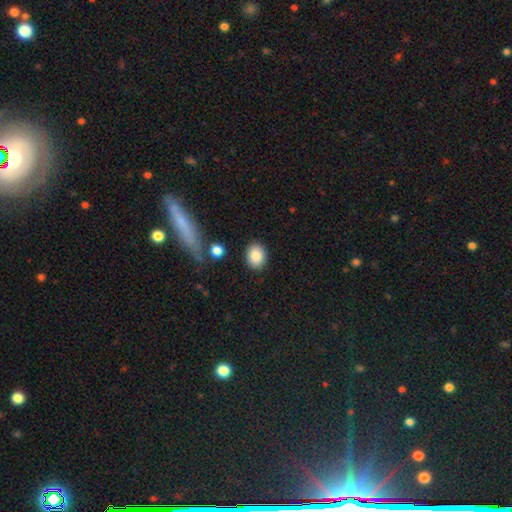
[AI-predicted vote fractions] Smooth or featured? smooth (86%)
How rounded? in between (55%)
Merging? none (86%)